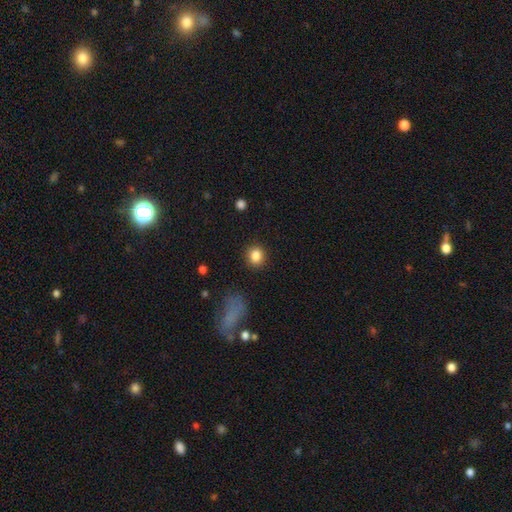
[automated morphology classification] smooth 85%, star or artifact 10%, featured or disk 5%. Down the decision tree: how rounded — round (83%); merging — none (89%).